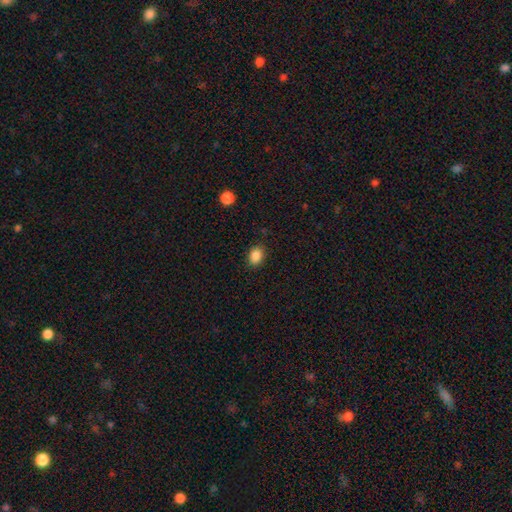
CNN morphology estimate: This is clearly a smooth galaxy (87%). How rounded: likely in between (68%). Merging: clearly none (87%).